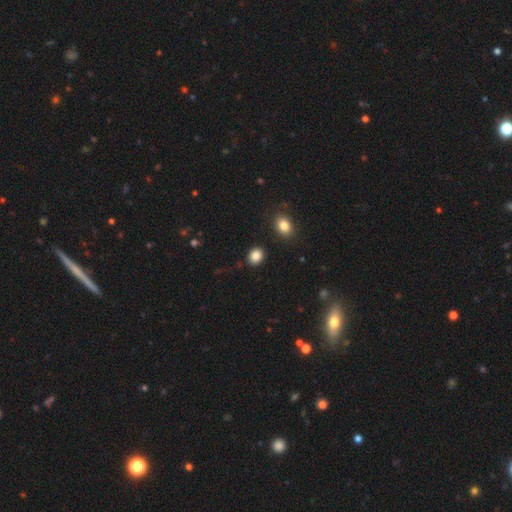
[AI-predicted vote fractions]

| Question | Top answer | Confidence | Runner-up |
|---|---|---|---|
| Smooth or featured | smooth | 87% | star or artifact (10%) |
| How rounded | round | 55% | in between (44%) |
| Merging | none | 88% | minor disturbance (7%) |